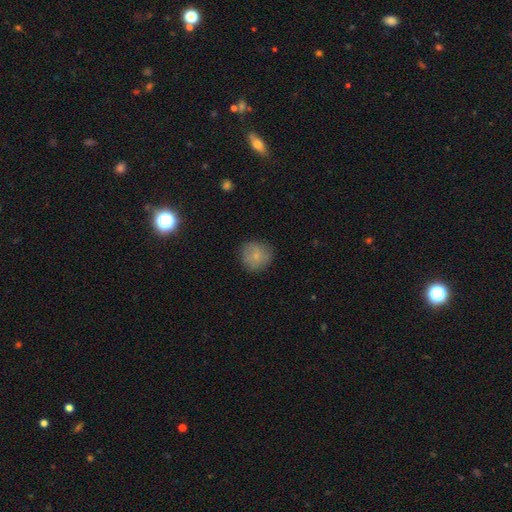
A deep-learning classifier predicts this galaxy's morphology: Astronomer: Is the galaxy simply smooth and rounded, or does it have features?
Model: smooth — 79%.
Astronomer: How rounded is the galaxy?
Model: round — 91%.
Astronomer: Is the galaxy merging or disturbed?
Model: none — 81%.